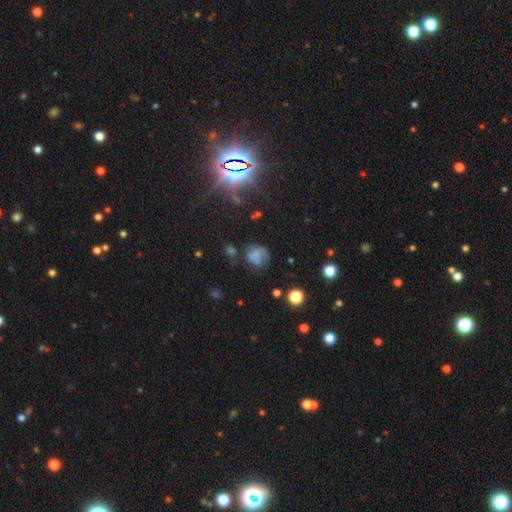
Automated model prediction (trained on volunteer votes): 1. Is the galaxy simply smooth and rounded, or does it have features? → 63% smooth, 22% star or artifact, 15% featured or disk.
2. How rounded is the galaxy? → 73% round, 26% in between, 1% cigar-shaped.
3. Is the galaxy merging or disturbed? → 53% none, 25% minor disturbance, 15% major disturbance, 7% merger.